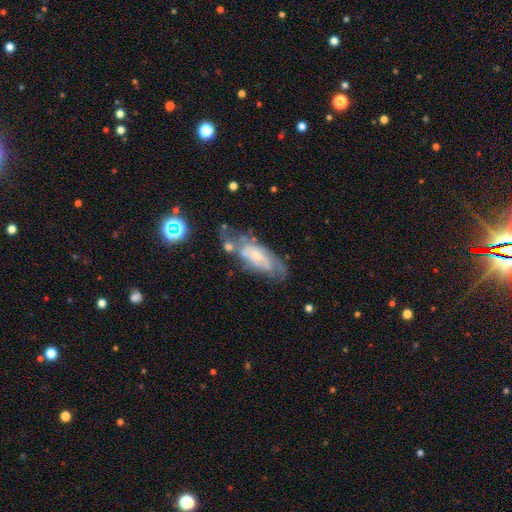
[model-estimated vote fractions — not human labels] Smooth or featured?
  - featured or disk: 70% *
  - smooth: 22%
  - star or artifact: 8%
Edge-on disk?
  - no: 88% *
  - yes: 12%
Bar?
  - no: 59% *
  - weak: 33%
  - strong: 7%
Spiral arms?
  - yes: 81% *
  - no: 19%
Spiral winding?
  - tight: 46% *
  - medium: 39%
  - loose: 15%
Spiral arm count?
  - can't tell: 47% *
  - 2: 34%
  - 3: 8%
  - 1: 7%
  - 4: 3%
  - more than 4: 2%
Bulge size?
  - small: 58% *
  - moderate: 30%
  - none: 8%
  - large: 3%
  - dominant: 1%
Merging?
  - none: 47% *
  - minor disturbance: 25%
  - major disturbance: 17%
  - merger: 11%